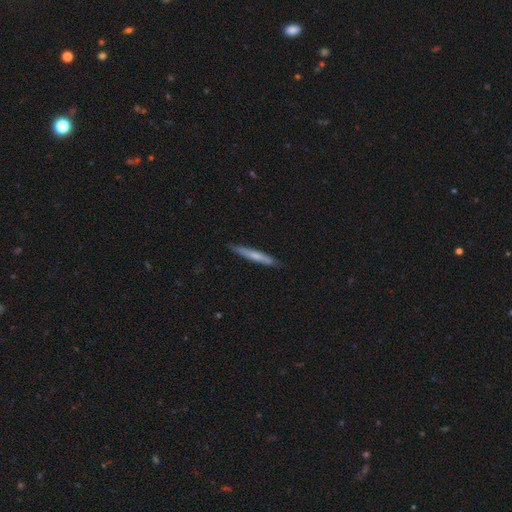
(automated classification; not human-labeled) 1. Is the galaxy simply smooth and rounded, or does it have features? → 60% smooth, 35% featured or disk, 5% star or artifact.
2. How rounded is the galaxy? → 95% cigar-shaped, 3% in between, 1% round.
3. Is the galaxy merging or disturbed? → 87% none, 10% minor disturbance, 2% major disturbance, 1% merger.